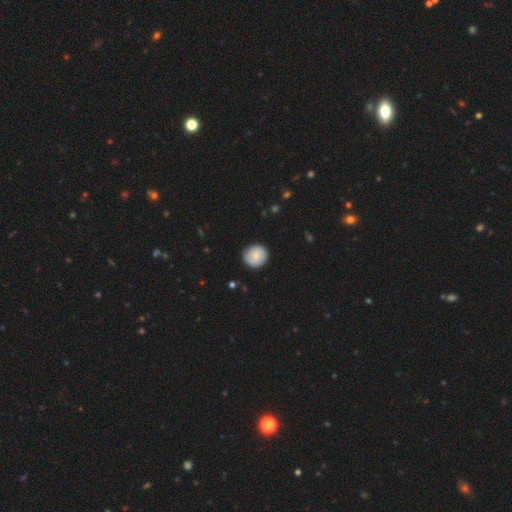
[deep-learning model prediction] This appears to be a smooth galaxy with no disk features (78%) that is round (90%). Merging: none (90%).